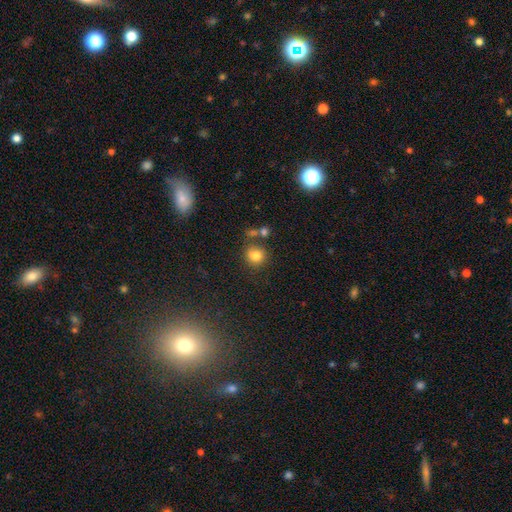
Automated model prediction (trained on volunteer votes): Smooth or featured? Predicted: smooth (p=0.80). How rounded? Predicted: round (p=0.83). Merging? Predicted: none (p=0.71).